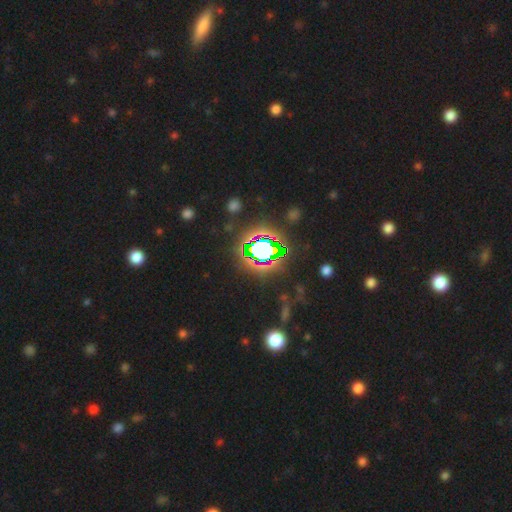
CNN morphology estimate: The model was most divided on "smooth or featured": star or artifact: 81%, smooth: 11%, featured or disk: 7%.